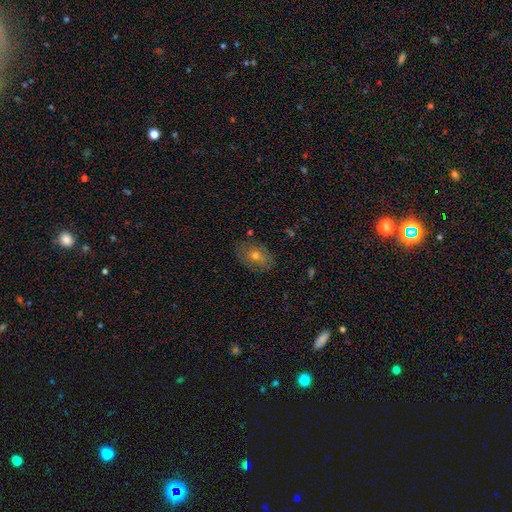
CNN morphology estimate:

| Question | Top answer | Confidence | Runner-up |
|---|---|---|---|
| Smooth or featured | smooth | 56% | featured or disk (30%) |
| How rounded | in between | 77% | round (22%) |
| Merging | none | 80% | minor disturbance (15%) |